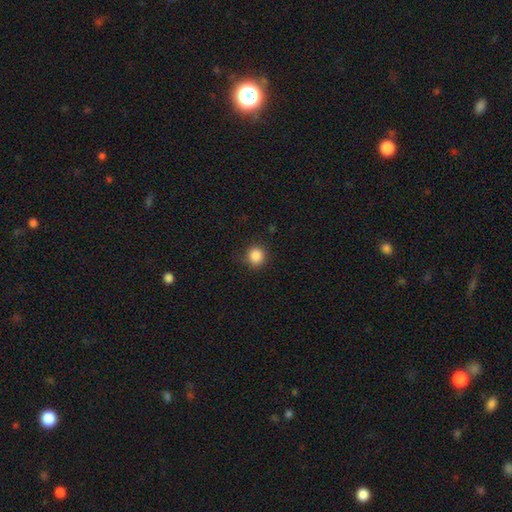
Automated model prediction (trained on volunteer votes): Smooth or featured? smooth (86%)
How rounded? round (91%)
Merging? none (87%)